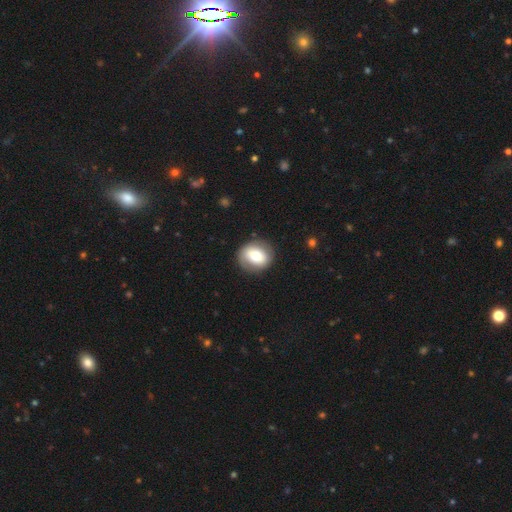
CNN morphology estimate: type=smooth (65%); roundness=round (68%); merging=none (84%).